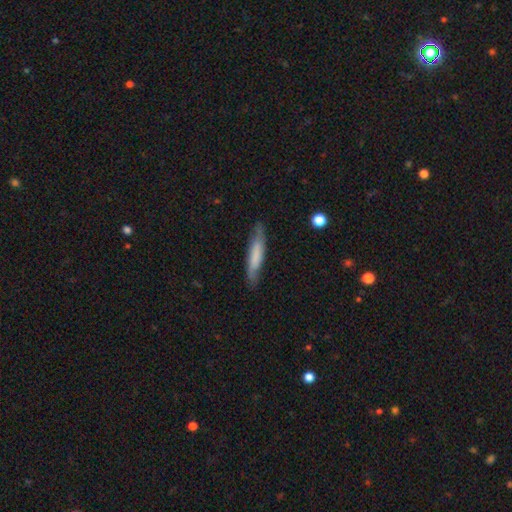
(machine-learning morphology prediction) Overall: smooth (65%; featured or disk 29%). How rounded: cigar-shaped (87%). Merging: none (80%).